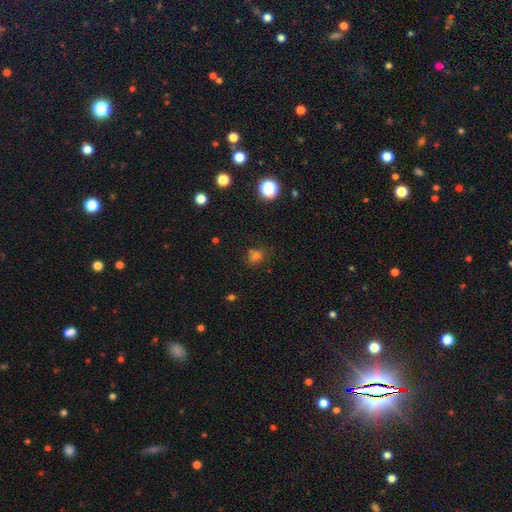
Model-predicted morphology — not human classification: Smooth or featured: smooth — 66% (star or artifact — 26%)
How rounded: round — 61% (in between — 37%)
Merging: none — 67% (minor disturbance — 18%)